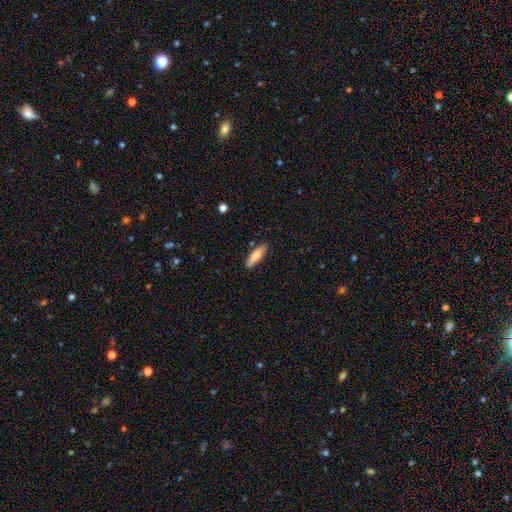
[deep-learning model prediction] Smooth or featured? Predicted: smooth (p=0.78). How rounded? Predicted: cigar-shaped (p=0.63). Merging? Predicted: none (p=0.85).